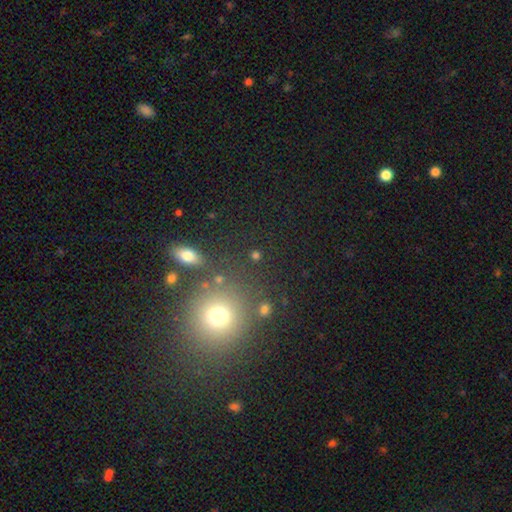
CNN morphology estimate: type=smooth (61%); roundness=round (74%); merging=none (78%).